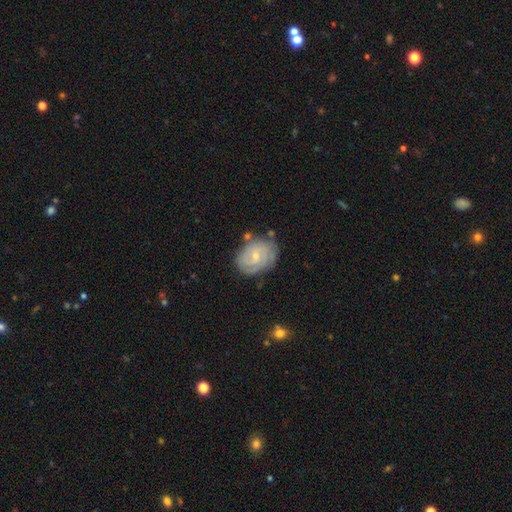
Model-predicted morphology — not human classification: This appears to be a featured or disk galaxy (76%) with no bar (46%, tied with weak), 2 (40%) tight (70%) spiral arms (92%) and a small central bulge (64%). Merging: none (70%).